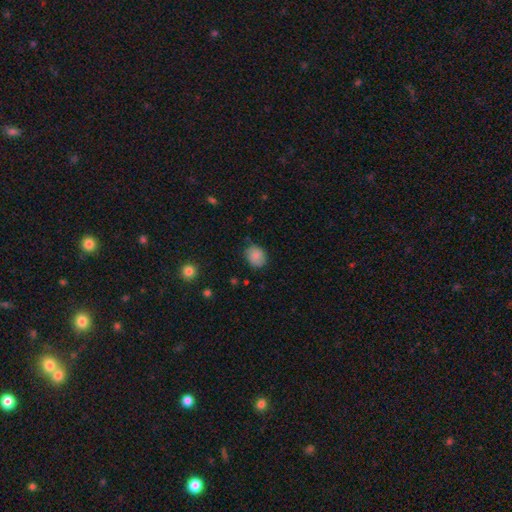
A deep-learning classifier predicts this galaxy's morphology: This appears to be a smooth galaxy with no disk features (84%) that is round (55%). Merging: none (75%).